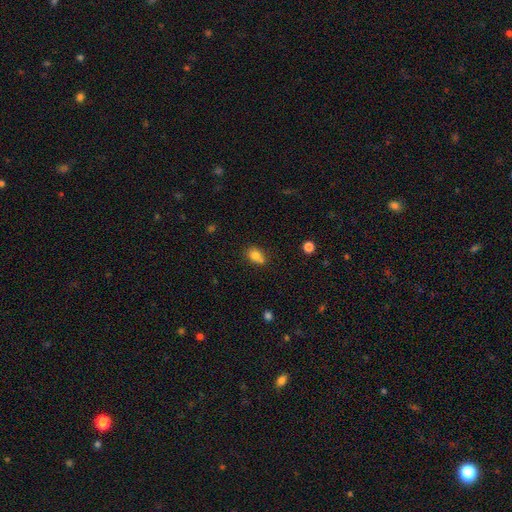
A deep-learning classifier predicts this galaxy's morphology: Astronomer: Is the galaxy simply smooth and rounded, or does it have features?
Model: smooth — 79%.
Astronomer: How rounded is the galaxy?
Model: in between — 56% (runner-up: round, 43%).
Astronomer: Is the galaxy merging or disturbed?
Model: none — 53%.